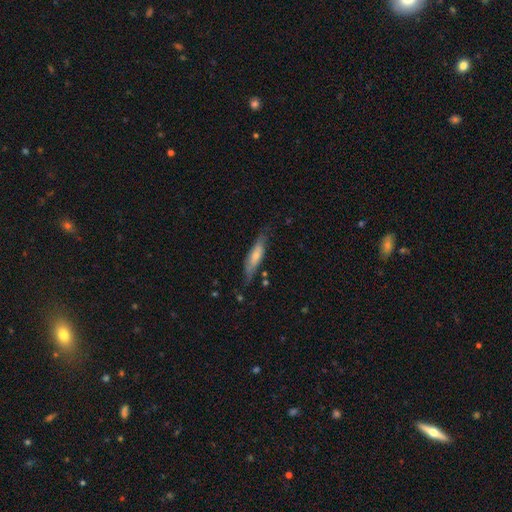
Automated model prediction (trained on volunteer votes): Overall: smooth (59%; featured or disk 36%). How rounded: cigar-shaped (71%). Merging: none (69%).